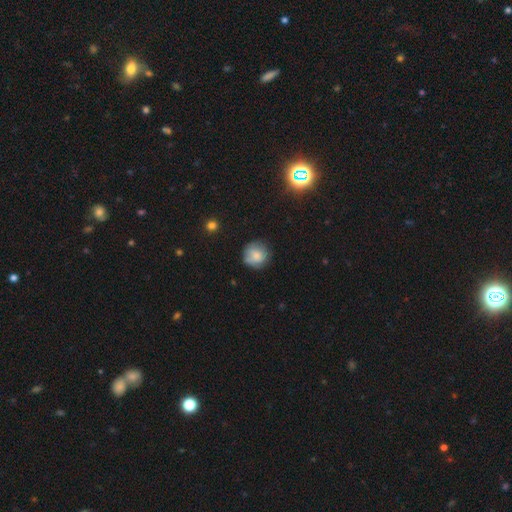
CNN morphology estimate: This appears to be a smooth galaxy with no disk features (79%) that is round (91%). Merging: none (76%).